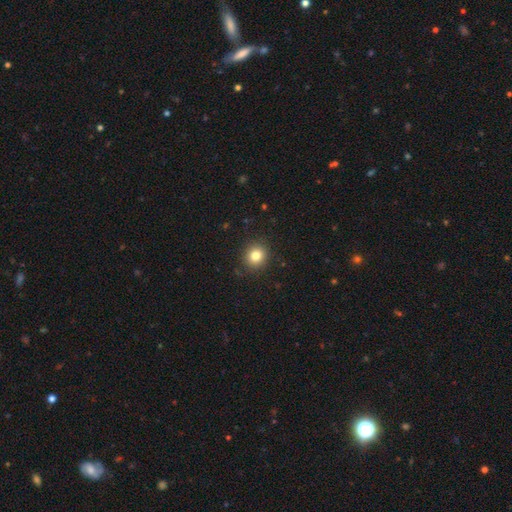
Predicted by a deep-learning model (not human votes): This appears to be a smooth galaxy with no disk features (81%) that is round (83%). Merging: none (89%).